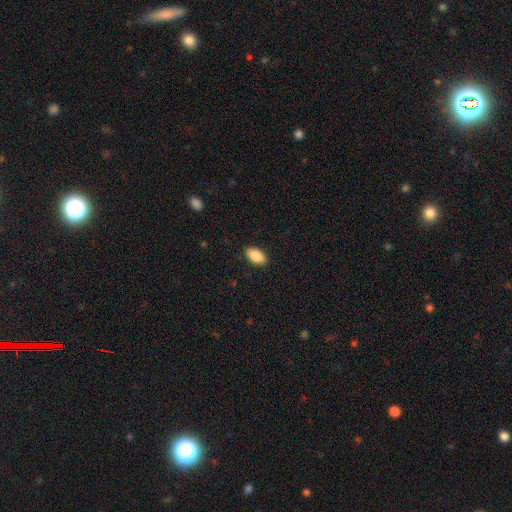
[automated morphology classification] Smooth or featured?
  - smooth: 88% *
  - star or artifact: 7%
  - featured or disk: 5%
How rounded?
  - in between: 93% *
  - cigar-shaped: 4%
  - round: 3%
Merging?
  - none: 88% *
  - minor disturbance: 9%
  - major disturbance: 2%
  - merger: 1%